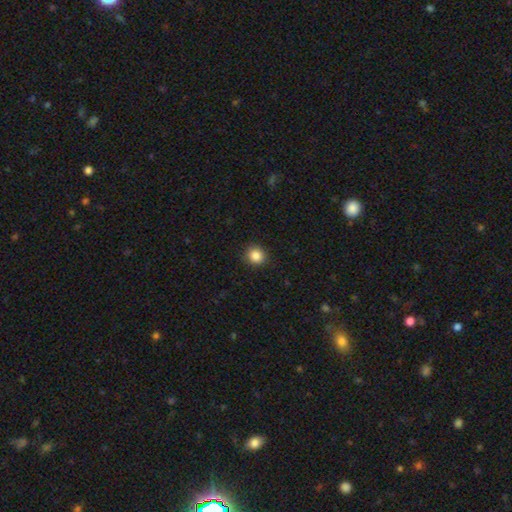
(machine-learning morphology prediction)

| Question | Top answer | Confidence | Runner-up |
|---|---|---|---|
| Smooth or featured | smooth | 87% | star or artifact (10%) |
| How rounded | round | 90% | in between (10%) |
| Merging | none | 90% | minor disturbance (7%) |